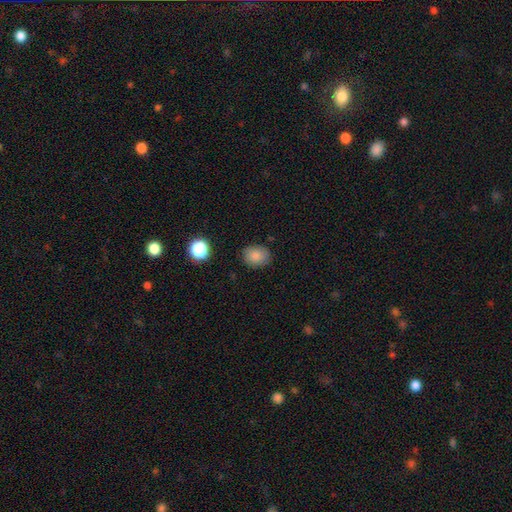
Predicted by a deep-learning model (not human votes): The model was most divided on "how rounded": round: 54%, in between: 46%, cigar-shaped: 1%. More confident: smooth or featured — smooth (84%); merging — none (83%).